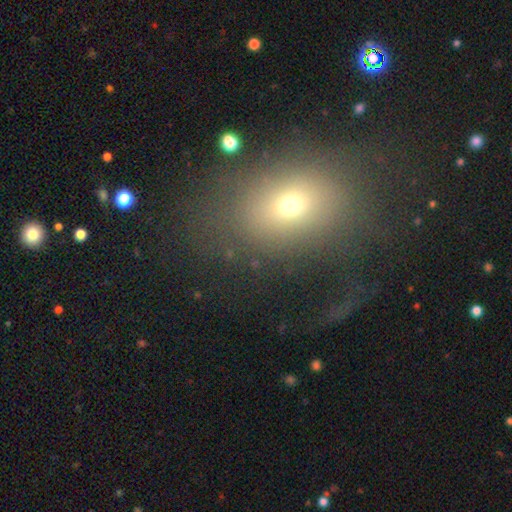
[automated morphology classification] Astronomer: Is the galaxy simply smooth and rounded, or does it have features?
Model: smooth — 60%.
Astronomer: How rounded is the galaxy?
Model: in between — 61% (runner-up: round, 37%).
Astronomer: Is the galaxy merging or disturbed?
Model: none — 65%.